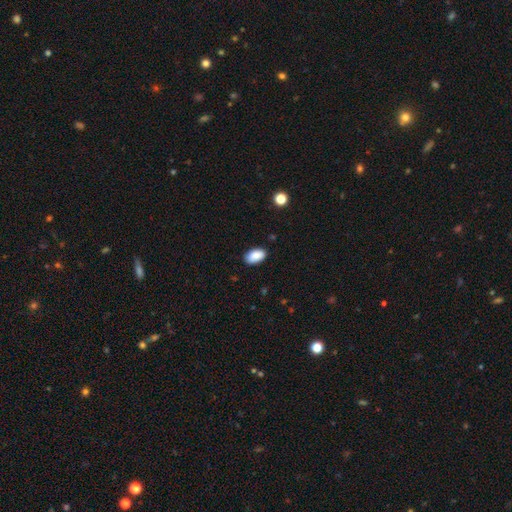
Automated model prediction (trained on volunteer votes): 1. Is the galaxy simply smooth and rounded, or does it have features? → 89% smooth, 7% star or artifact, 4% featured or disk.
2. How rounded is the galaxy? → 93% in between, 5% round, 2% cigar-shaped.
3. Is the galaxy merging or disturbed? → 87% none, 10% minor disturbance, 2% major disturbance, 1% merger.